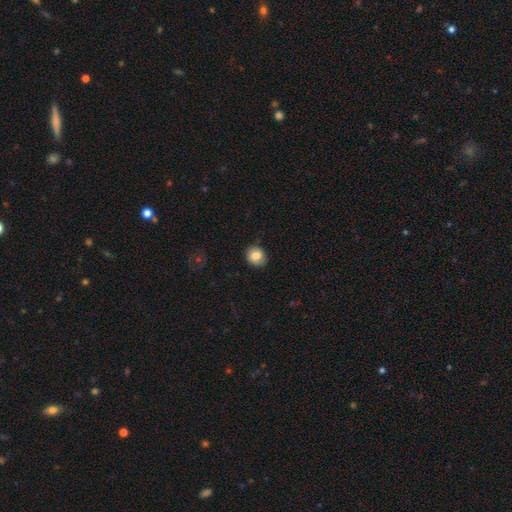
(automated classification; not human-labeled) Overall: smooth (81%). How rounded: round (72%). Merging: none (80%).